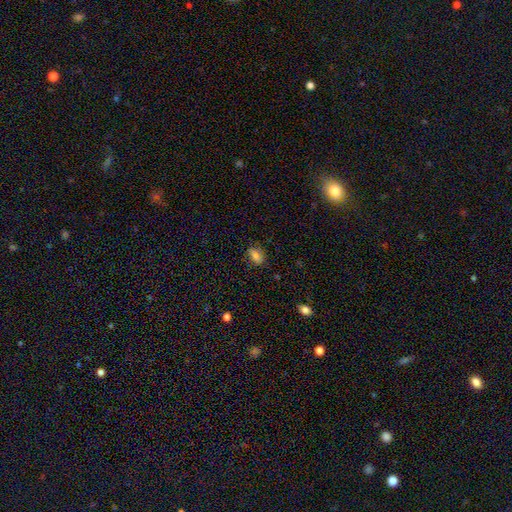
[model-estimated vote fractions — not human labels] A smooth galaxy with no disk features (74%) that is in between round and cigar-shaped (80%). Merging: none (75%).